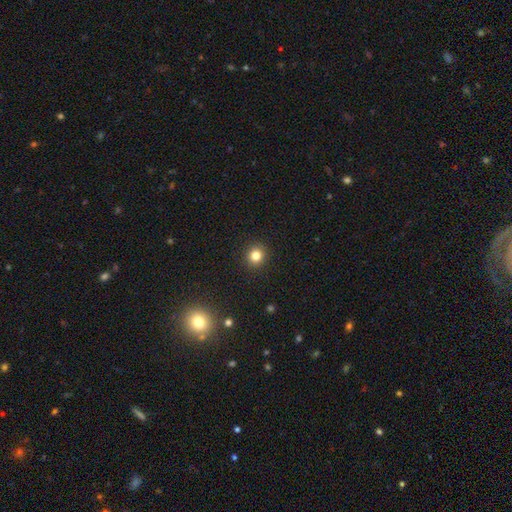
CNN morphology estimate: Smooth or featured? Predicted: smooth (p=0.82). How rounded? Predicted: round (p=0.90). Merging? Predicted: none (p=0.92).